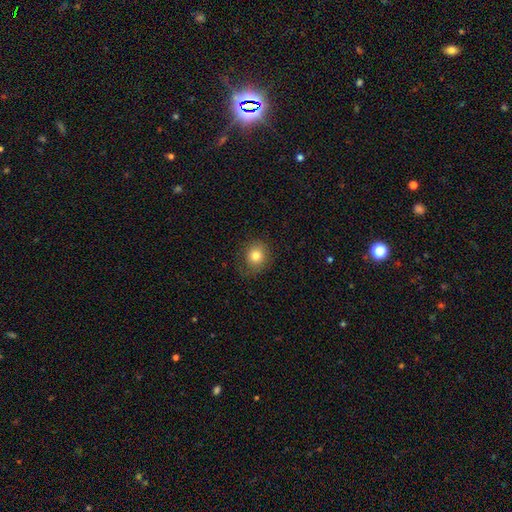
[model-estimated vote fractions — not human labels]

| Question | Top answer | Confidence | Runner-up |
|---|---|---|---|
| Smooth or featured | smooth | 79% | featured or disk (11%) |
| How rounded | round | 78% | in between (21%) |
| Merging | none | 76% | minor disturbance (16%) |